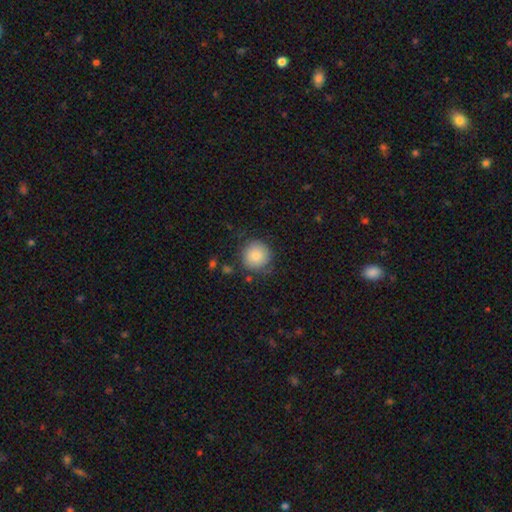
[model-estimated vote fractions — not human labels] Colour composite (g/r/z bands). It shows a smooth galaxy with no disk features (85%) that is round (94%). Merging: none (79%).